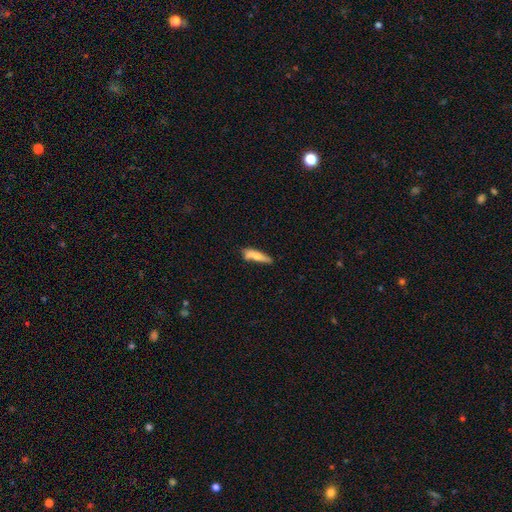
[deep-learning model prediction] This appears to be a smooth galaxy with no disk features (62%) that is cigar-shaped (71%). Merging: none (48%).